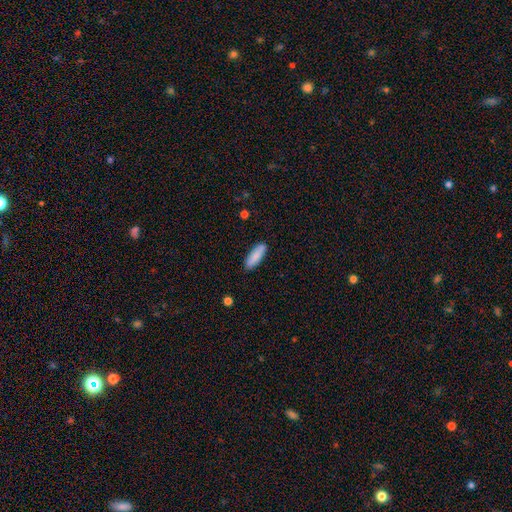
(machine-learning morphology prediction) smooth 86%, featured or disk 8%, star or artifact 6%. Down the decision tree: how rounded — cigar-shaped (50%); merging — none (87%).